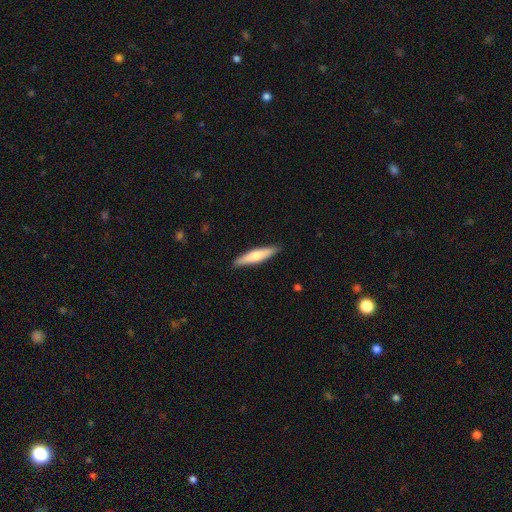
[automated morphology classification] Q: Smooth or featured?
A: smooth (62%); runner-up: featured or disk (33%)
Q: How rounded?
A: cigar-shaped (84%); runner-up: in between (15%)
Q: Merging?
A: none (89%); runner-up: minor disturbance (8%)